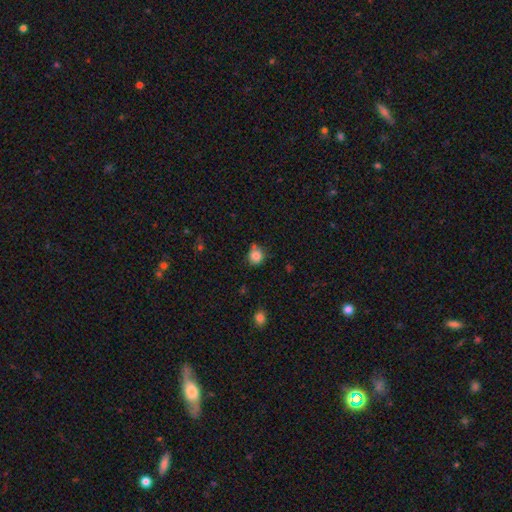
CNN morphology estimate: smooth 84%, star or artifact 11%, featured or disk 5%. Down the decision tree: how rounded — round (86%); merging — none (71%).